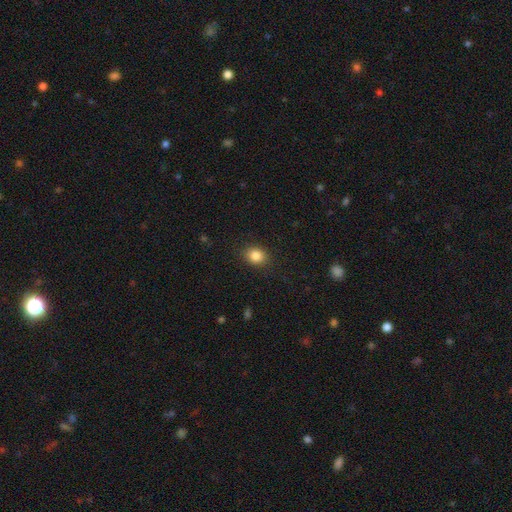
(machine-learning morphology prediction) smooth 85%, star or artifact 10%, featured or disk 5%. Down the decision tree: how rounded — round (52%); merging — none (88%).